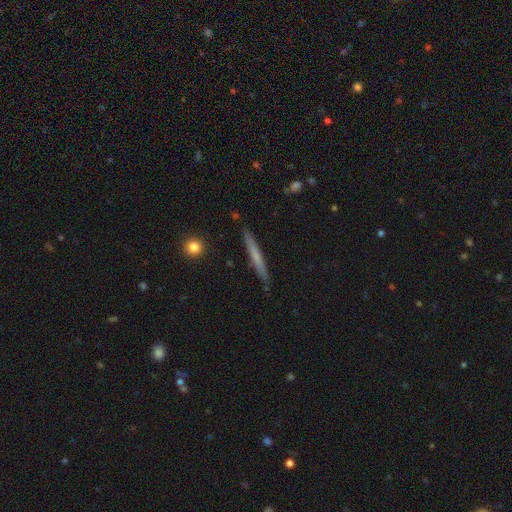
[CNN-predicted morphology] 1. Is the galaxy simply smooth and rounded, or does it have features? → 55% smooth, 39% featured or disk, 6% star or artifact.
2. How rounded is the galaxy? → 96% cigar-shaped, 3% in between, 2% round.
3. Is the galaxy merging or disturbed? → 88% none, 9% minor disturbance, 2% major disturbance, 1% merger.